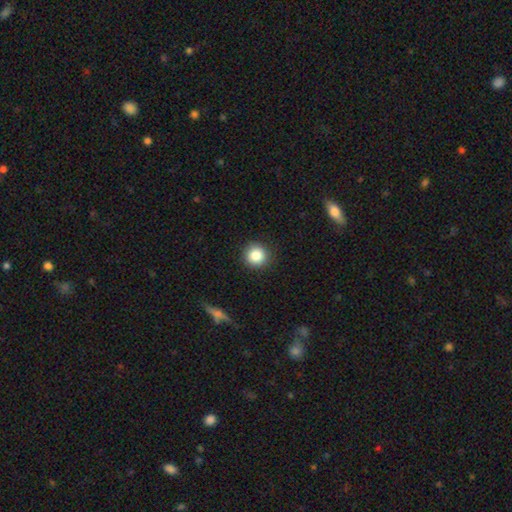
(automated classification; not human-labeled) Smooth or featured?
  - smooth: 85% *
  - star or artifact: 10%
  - featured or disk: 5%
How rounded?
  - round: 93% *
  - in between: 6%
  - cigar-shaped: 1%
Merging?
  - none: 91% *
  - minor disturbance: 6%
  - major disturbance: 2%
  - merger: 1%